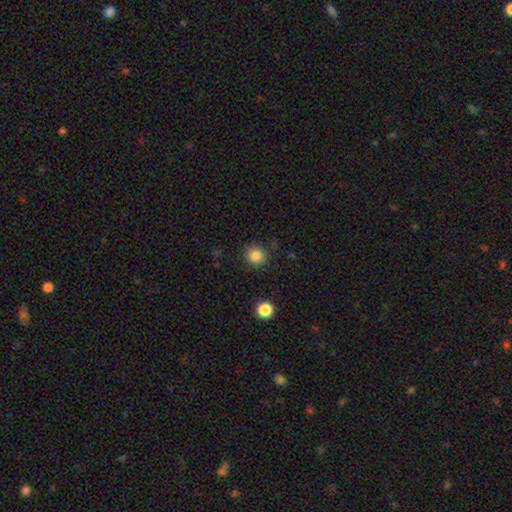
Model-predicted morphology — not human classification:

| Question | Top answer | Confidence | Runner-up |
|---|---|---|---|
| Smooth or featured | smooth | 84% | star or artifact (11%) |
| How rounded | round | 91% | in between (8%) |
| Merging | none | 87% | minor disturbance (8%) |